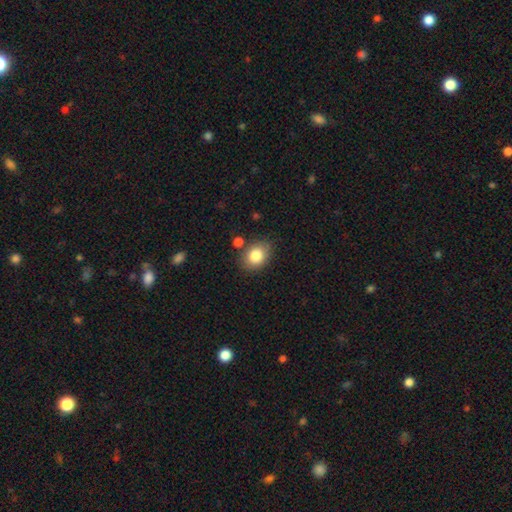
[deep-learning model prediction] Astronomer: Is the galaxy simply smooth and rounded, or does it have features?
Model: smooth — 83%.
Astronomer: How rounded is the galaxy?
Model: in between — 61% (runner-up: round, 38%).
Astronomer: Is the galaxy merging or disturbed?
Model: none — 78%.